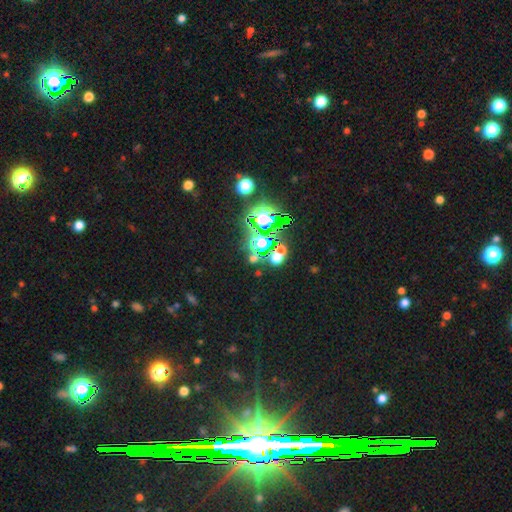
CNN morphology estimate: Smooth or featured? star or artifact (73%)